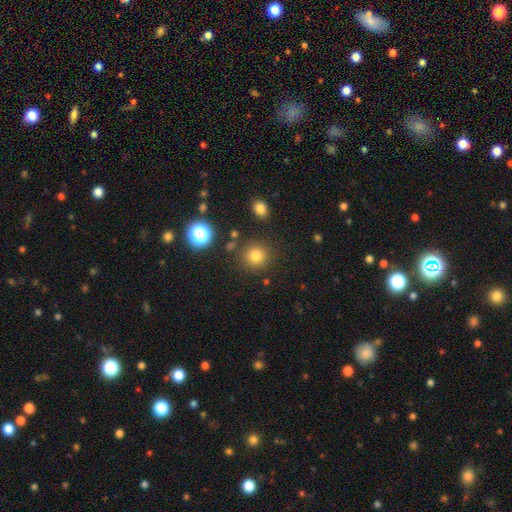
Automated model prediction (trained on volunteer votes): Q: Smooth or featured?
A: smooth (79%); runner-up: star or artifact (15%)
Q: How rounded?
A: round (91%); runner-up: in between (8%)
Q: Merging?
A: none (85%); runner-up: minor disturbance (8%)